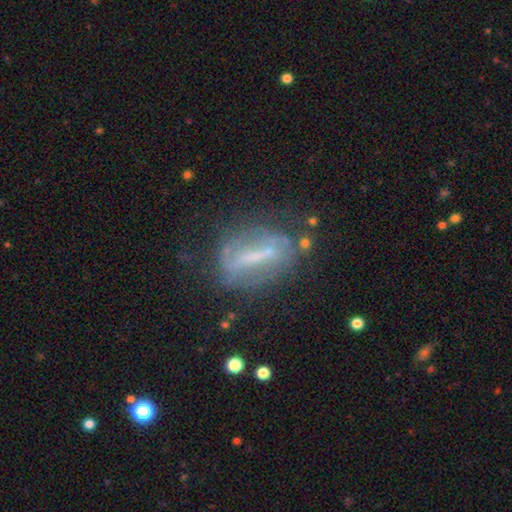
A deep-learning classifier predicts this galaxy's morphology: featured or disk 64%, smooth 25%, star or artifact 11%. Down the decision tree: edge-on disk — no (78%); bar — strong (61%); spiral arms — no (57%); bulge size — small (41%); merging — none (58%).